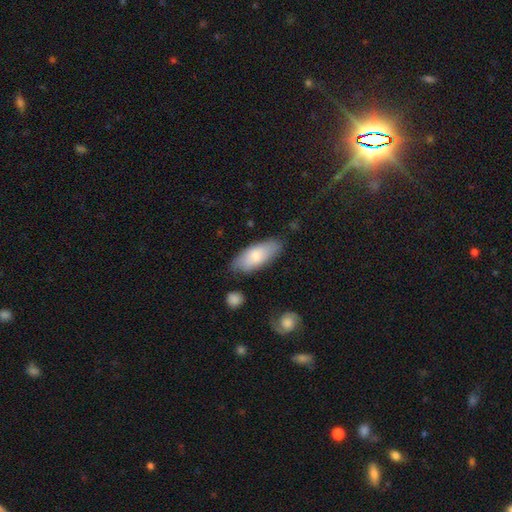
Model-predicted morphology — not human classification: smooth 78%, featured or disk 16%, star or artifact 6%. Down the decision tree: how rounded — in between (80%); merging — none (78%).